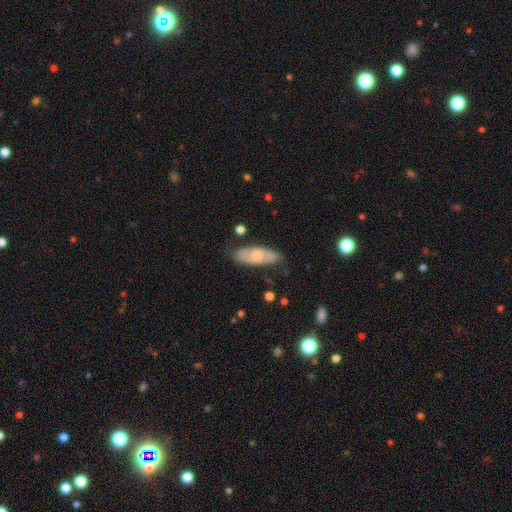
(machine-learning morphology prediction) smooth_or_featured: featured or disk (p=0.51) [alt: smooth p=0.43]
disk_edge_on: no (p=0.79) [alt: yes p=0.21]
merging: none (p=0.75) [alt: minor disturbance p=0.19]